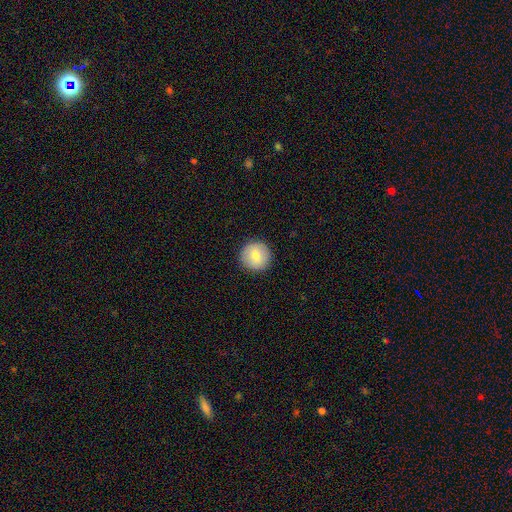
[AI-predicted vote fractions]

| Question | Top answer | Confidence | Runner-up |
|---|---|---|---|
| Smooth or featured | smooth | 75% | featured or disk (17%) |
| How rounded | round | 96% | in between (3%) |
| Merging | none | 92% | minor disturbance (6%) |